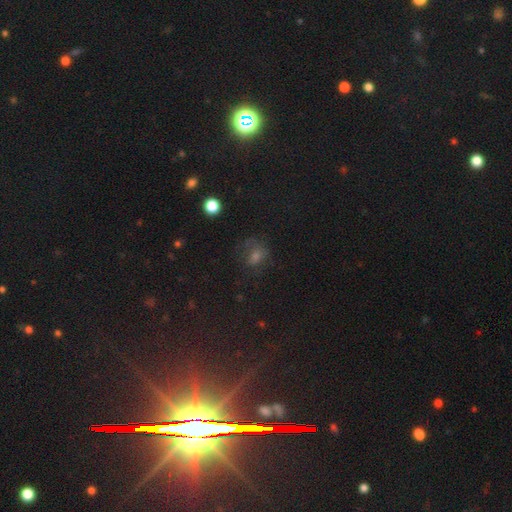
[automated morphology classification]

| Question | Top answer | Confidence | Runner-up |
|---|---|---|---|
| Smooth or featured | smooth | 45% | star or artifact (35%) |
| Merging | none | 57% | minor disturbance (21%) |